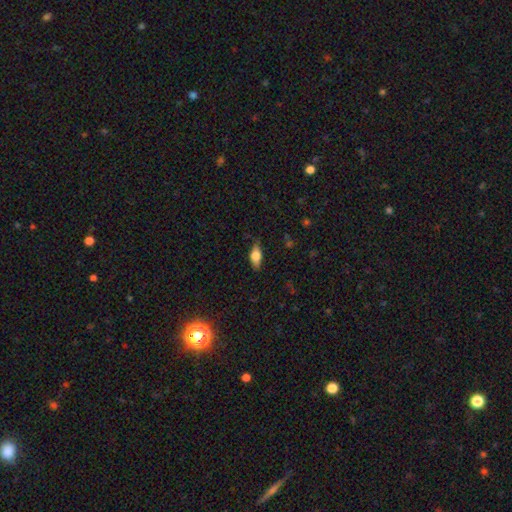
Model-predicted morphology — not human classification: A smooth galaxy with no disk features (70%) that is in between round and cigar-shaped (80%). Merging: none (77%).